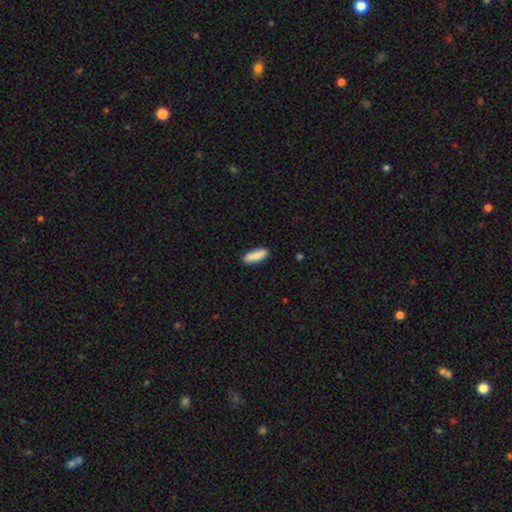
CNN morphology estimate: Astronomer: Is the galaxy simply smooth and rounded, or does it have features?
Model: smooth — 89%.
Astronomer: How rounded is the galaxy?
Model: in between — 58% (runner-up: cigar-shaped, 40%).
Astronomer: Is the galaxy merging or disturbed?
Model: none — 87%.